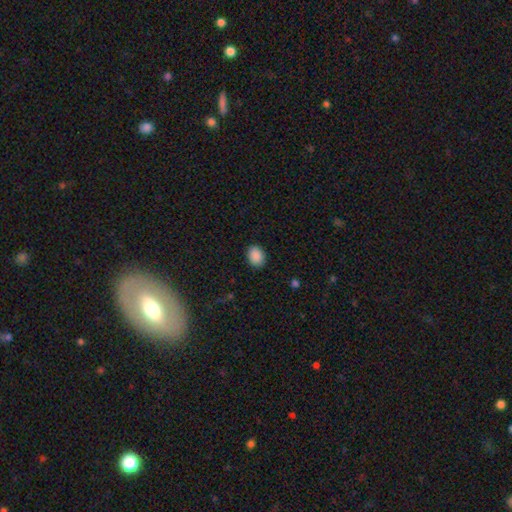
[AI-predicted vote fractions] This is clearly a smooth galaxy (89%). How rounded: likely in between (67%). Merging: clearly none (87%).